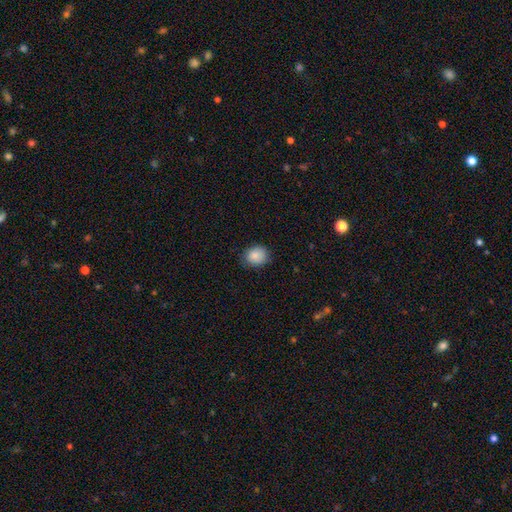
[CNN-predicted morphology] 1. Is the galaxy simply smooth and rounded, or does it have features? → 87% smooth, 8% star or artifact, 5% featured or disk.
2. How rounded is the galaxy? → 60% round, 39% in between, 1% cigar-shaped.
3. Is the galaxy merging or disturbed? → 82% none, 14% minor disturbance, 3% major disturbance, 1% merger.